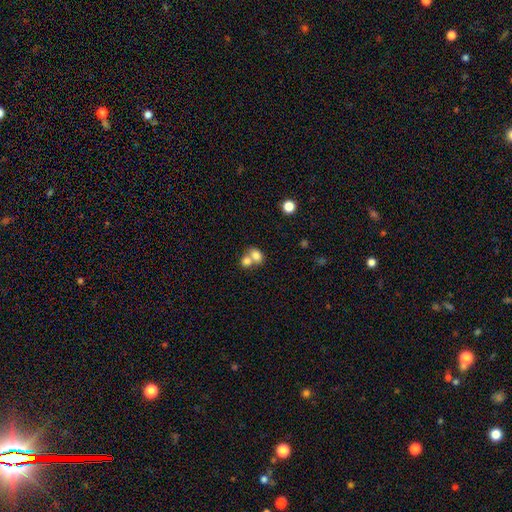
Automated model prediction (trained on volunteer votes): This appears to be a smooth galaxy with no disk features (77%) that is in between round and cigar-shaped (57%). Merging: merger (64%).